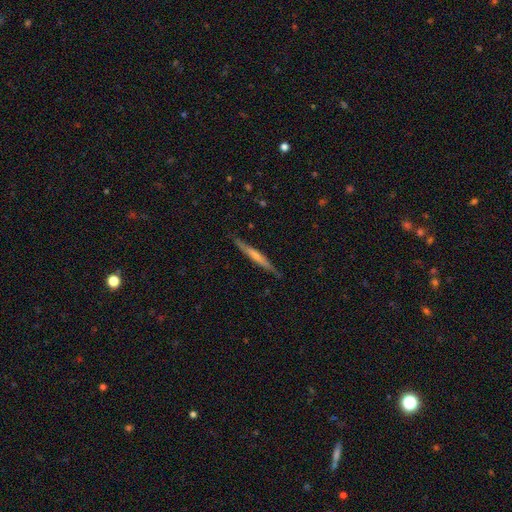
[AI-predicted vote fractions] This is possibly a featured or disk galaxy (48%). Merging: clearly none (86%).